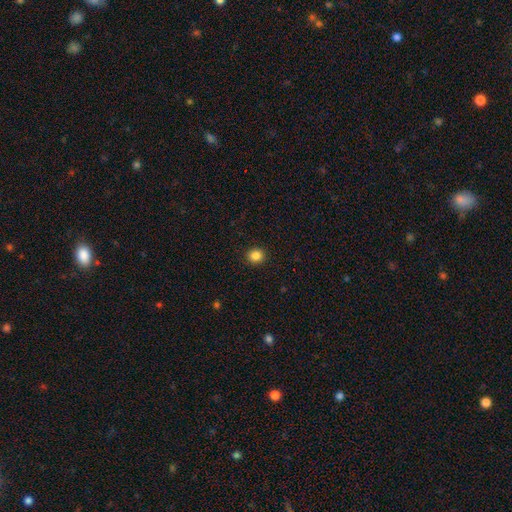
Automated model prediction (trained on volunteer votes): This appears to be a smooth galaxy with no disk features (85%) that is round (88%). Merging: none (92%).